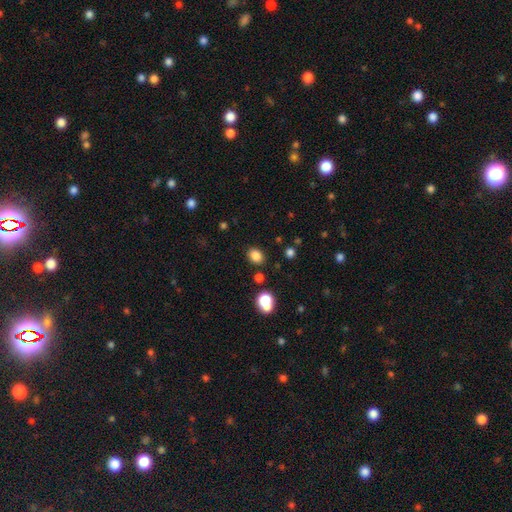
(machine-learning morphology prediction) type=smooth (83%); roundness=in between (56%); merging=none (84%).